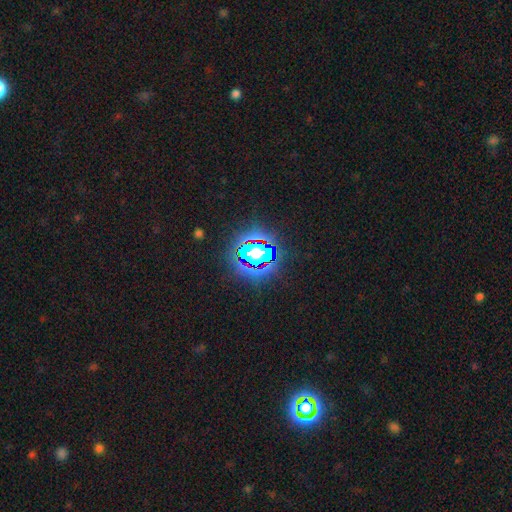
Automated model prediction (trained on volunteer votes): This appears to be a star or artifact, not a galaxy (81%).